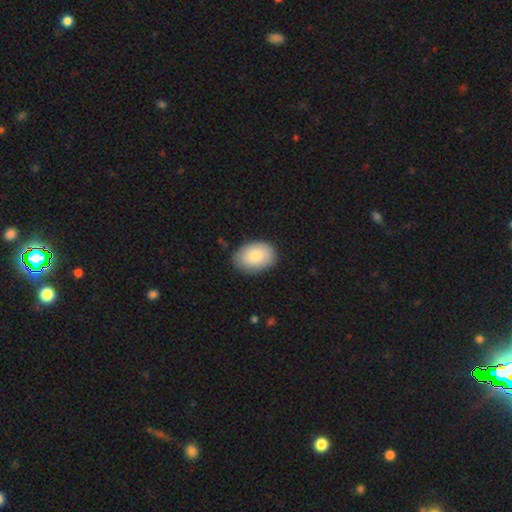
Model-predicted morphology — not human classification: smooth-or-featured: smooth: 82% | featured or disk: 12% | star or artifact: 6%
  how-rounded: in between: 83% | round: 16% | cigar-shaped: 1%
  merging: none: 80% | minor disturbance: 15% | major disturbance: 3% | merger: 1%